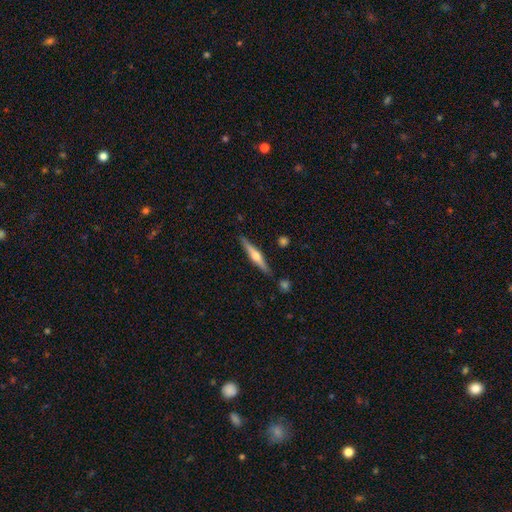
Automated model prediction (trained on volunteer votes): This is likely a featured or disk galaxy (64%). It is clearly viewed edge-on (97%). Edge-on bulge: clearly rounded (92%). Merging: clearly none (87%).